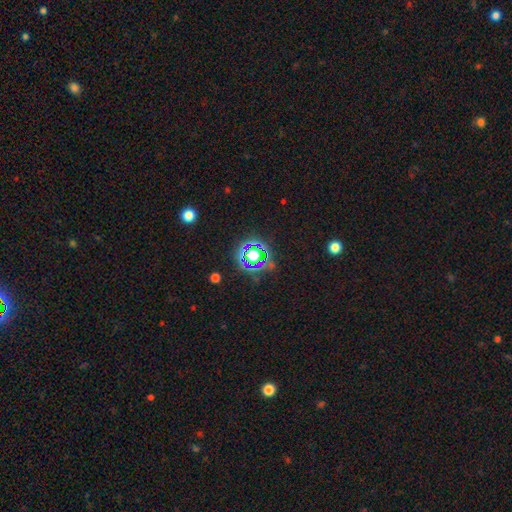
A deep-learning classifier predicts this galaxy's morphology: smooth_or_featured: star or artifact (p=0.58) [alt: smooth p=0.29]